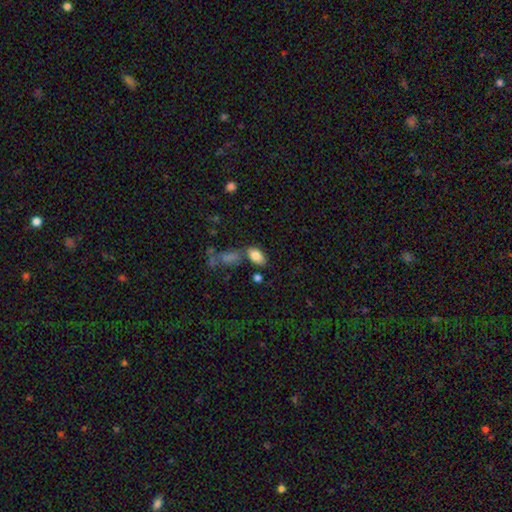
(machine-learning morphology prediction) Q: Smooth or featured?
A: smooth (83%); runner-up: featured or disk (9%)
Q: How rounded?
A: in between (92%); runner-up: round (5%)
Q: Merging?
A: none (68%); runner-up: minor disturbance (14%)